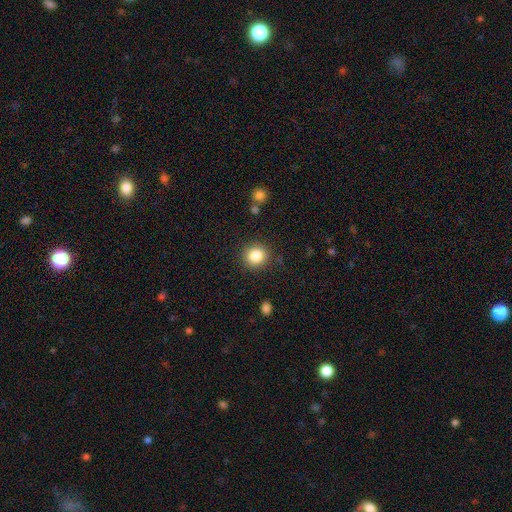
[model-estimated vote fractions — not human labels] Smooth or featured: smooth — 85% (star or artifact — 10%)
How rounded: round — 90% (in between — 9%)
Merging: none — 88% (minor disturbance — 7%)